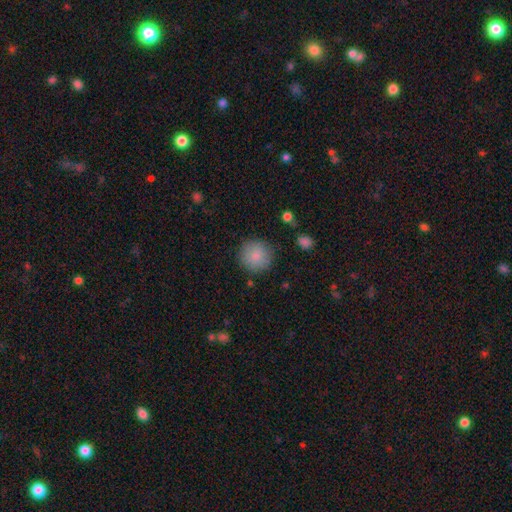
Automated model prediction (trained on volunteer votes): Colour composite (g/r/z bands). It shows a smooth galaxy with no disk features (86%) that is round (94%). Merging: none (85%).